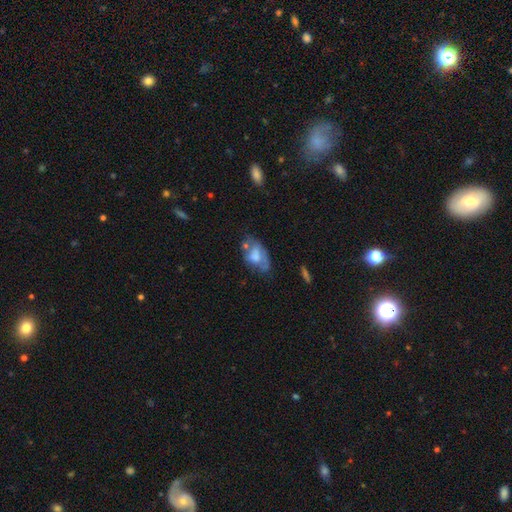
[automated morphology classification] smooth-or-featured: smooth: 52% | featured or disk: 40% | star or artifact: 8%
  how-rounded: in between: 89% | round: 8% | cigar-shaped: 3%
  merging: none: 37% | minor disturbance: 30% | major disturbance: 20% | merger: 13%